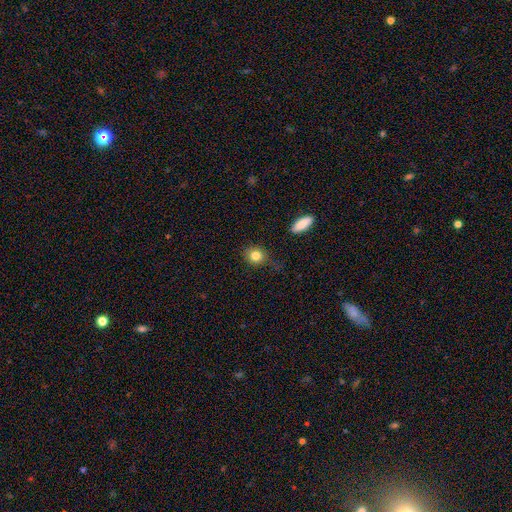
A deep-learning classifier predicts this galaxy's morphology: Overall: smooth (83%). How rounded: round (78%). Merging: none (77%).